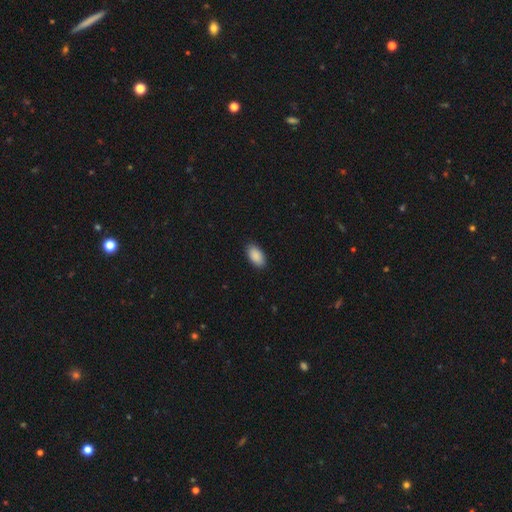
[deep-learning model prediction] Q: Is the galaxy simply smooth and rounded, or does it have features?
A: smooth — 90%.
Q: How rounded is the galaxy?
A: in between — 95%.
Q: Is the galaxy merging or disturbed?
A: none — 89%.